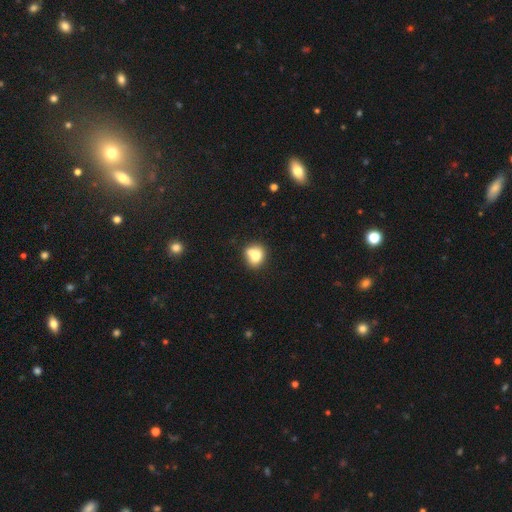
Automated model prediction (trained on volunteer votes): Smooth or featured: smooth — 71% (featured or disk — 19%)
How rounded: round — 65% (in between — 33%)
Merging: merger — 42% (none — 39%)